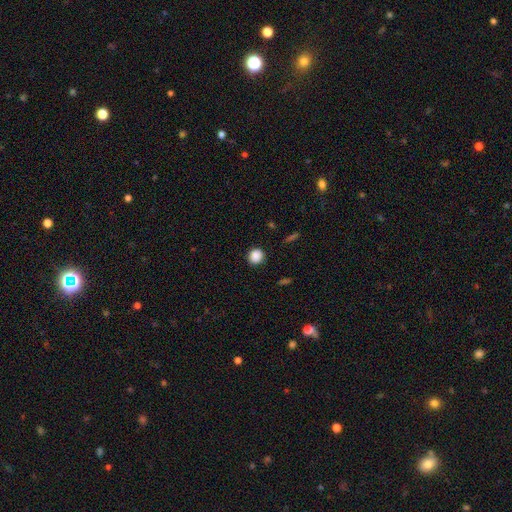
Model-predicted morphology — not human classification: A smooth galaxy with no disk features (88%) that is round (86%). Merging: none (89%).